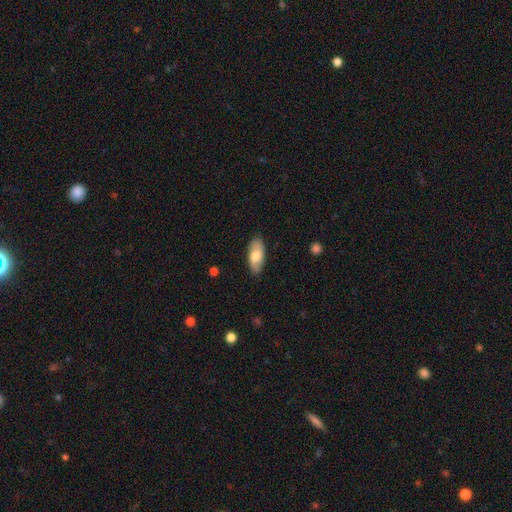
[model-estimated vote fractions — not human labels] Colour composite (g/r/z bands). It shows a smooth galaxy with no disk features (68%) that is in between round and cigar-shaped (88%). Merging: none (86%).